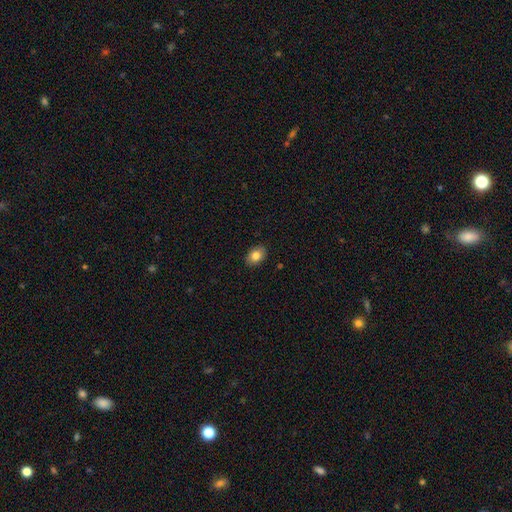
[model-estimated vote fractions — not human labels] smooth_or_featured: smooth (p=0.84) [alt: featured or disk p=0.08]
how_rounded: in between (p=0.79) [alt: round p=0.20]
merging: none (p=0.88) [alt: minor disturbance p=0.09]